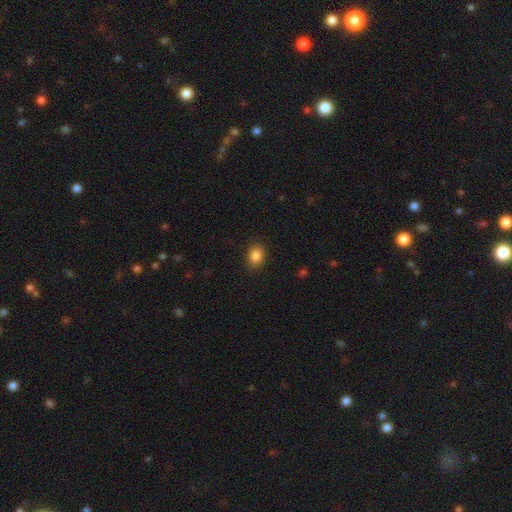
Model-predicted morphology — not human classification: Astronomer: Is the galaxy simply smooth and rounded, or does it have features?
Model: smooth — 86%.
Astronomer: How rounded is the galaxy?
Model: in between — 58% (runner-up: round, 41%).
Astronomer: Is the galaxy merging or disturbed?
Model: none — 88%.